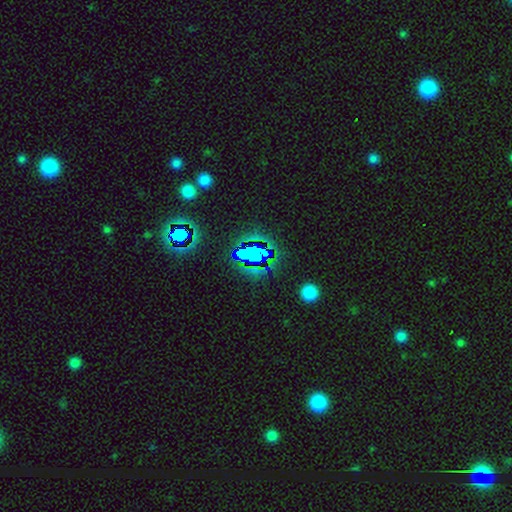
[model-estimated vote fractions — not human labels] Smooth or featured: star or artifact — 64% (smooth — 21%)